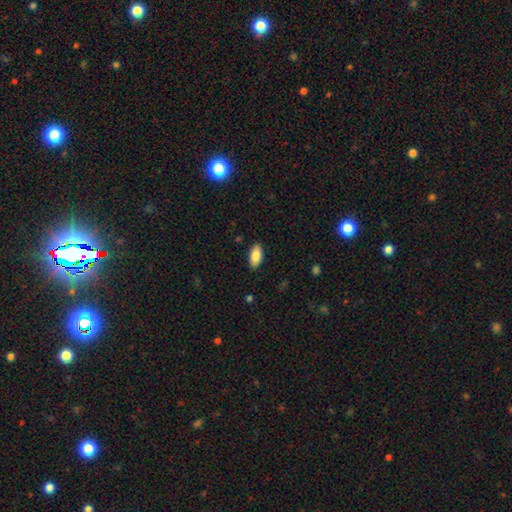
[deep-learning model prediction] This is clearly a smooth galaxy (84%). How rounded: clearly in between (91%). Merging: clearly none (88%).